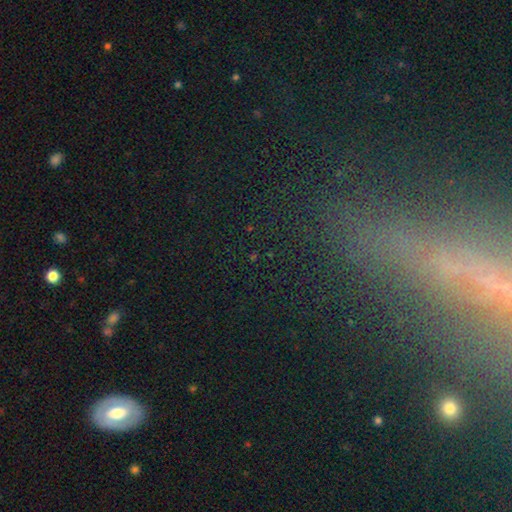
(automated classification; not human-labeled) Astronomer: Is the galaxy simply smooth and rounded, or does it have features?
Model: star or artifact — 59%.